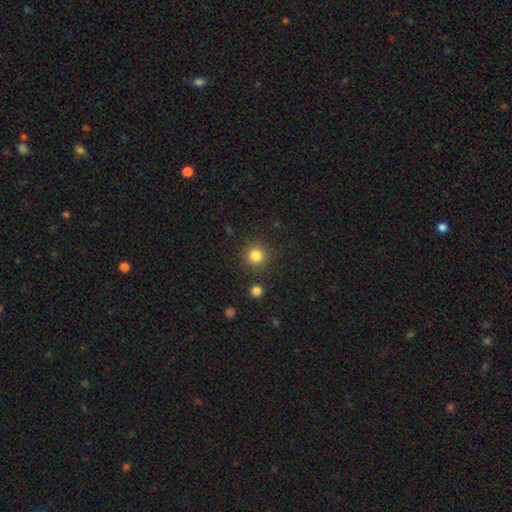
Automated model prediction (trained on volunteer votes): Smooth or featured?
  - smooth: 83% *
  - star or artifact: 12%
  - featured or disk: 5%
How rounded?
  - round: 93% *
  - in between: 6%
  - cigar-shaped: 1%
Merging?
  - none: 88% *
  - minor disturbance: 7%
  - merger: 3%
  - major disturbance: 3%